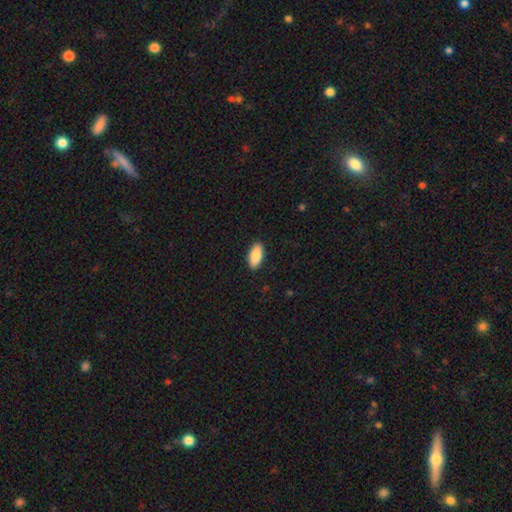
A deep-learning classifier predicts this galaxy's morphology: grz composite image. It shows a smooth galaxy with no disk features (88%) that is in between round and cigar-shaped (90%). Merging: none (90%).